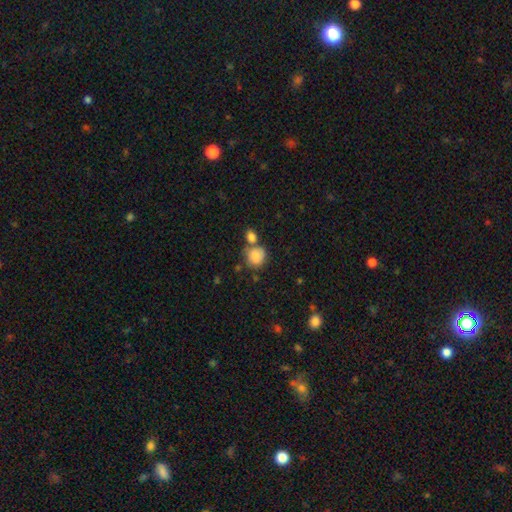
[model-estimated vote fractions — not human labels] This is clearly a smooth galaxy (84%). How rounded: likely round (70%). Merging: marginally none (44%).